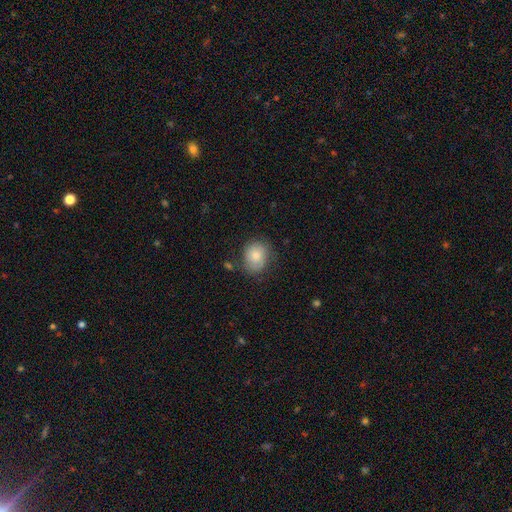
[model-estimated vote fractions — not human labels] Overall: smooth (78%). How rounded: round (58%; in between 41%). Merging: none (68%).